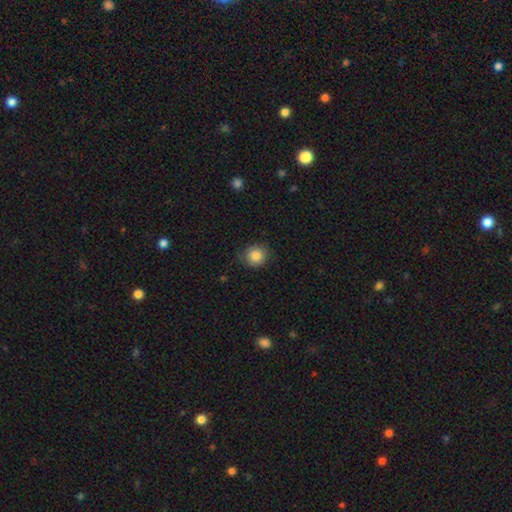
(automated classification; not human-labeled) Overall: smooth (84%). How rounded: round (89%). Merging: none (76%).